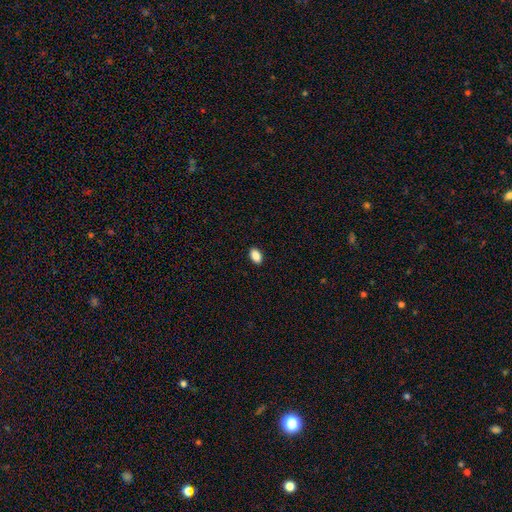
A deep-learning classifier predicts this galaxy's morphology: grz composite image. It shows a smooth galaxy with no disk features (89%) that is in between round and cigar-shaped (91%). Merging: none (91%).